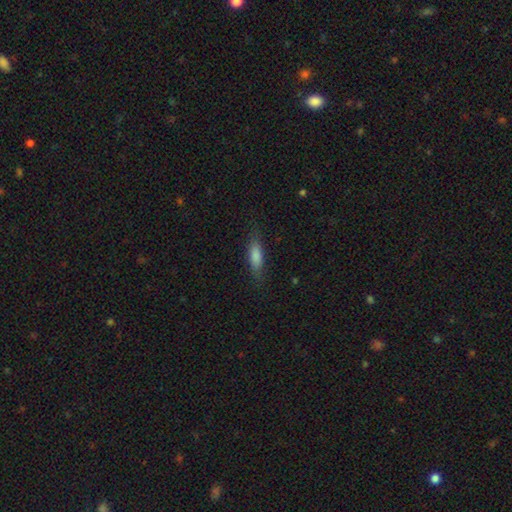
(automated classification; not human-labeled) This is likely a smooth galaxy (76%). How rounded: possibly cigar-shaped (55%). Merging: likely none (79%).